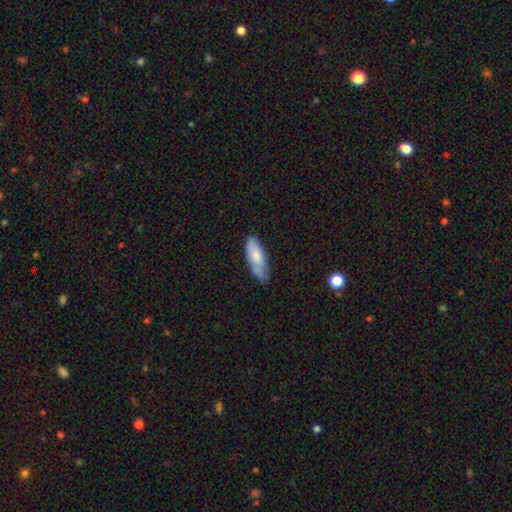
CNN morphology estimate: This appears to be a smooth galaxy with no disk features (76%) that is in between round and cigar-shaped (66%). Merging: none (61%).